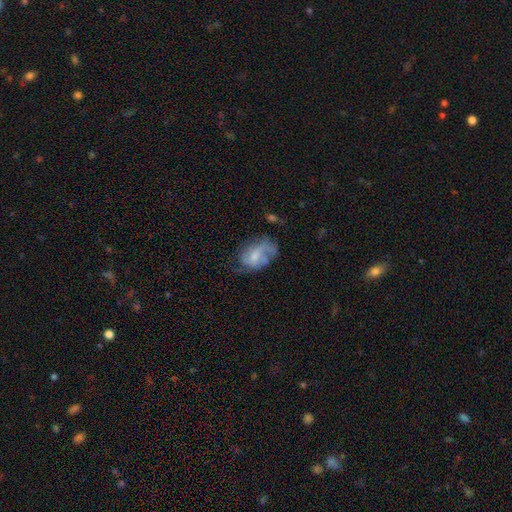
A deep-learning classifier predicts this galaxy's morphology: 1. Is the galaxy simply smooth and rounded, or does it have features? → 52% featured or disk, 40% smooth, 8% star or artifact.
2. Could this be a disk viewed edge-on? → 96% no, 4% yes.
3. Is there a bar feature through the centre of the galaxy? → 56% no, 37% weak, 7% strong.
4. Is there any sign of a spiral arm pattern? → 66% yes, 34% no.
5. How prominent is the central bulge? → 39% moderate, 35% small, 18% none, 6% large, 1% dominant.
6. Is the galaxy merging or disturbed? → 38% none, 29% major disturbance, 29% minor disturbance, 4% merger.